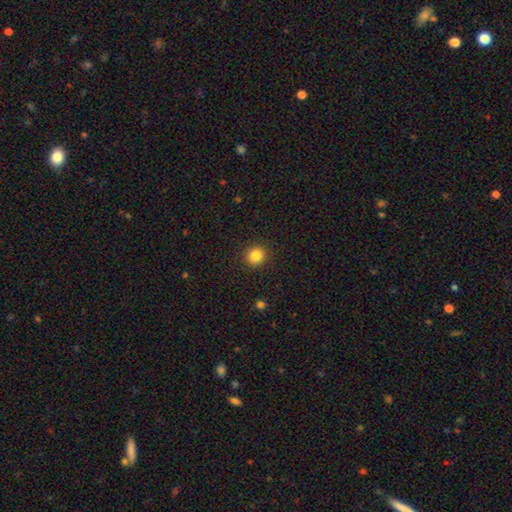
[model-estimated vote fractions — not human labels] smooth-or-featured: smooth: 85% | star or artifact: 11% | featured or disk: 5%
  how-rounded: round: 83% | in between: 16% | cigar-shaped: 1%
  merging: none: 91% | minor disturbance: 6% | major disturbance: 2% | merger: 1%